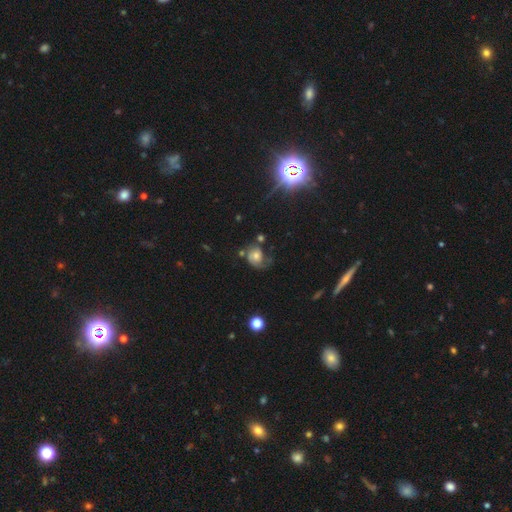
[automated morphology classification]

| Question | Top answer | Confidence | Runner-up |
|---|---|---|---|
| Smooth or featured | featured or disk | 55% | smooth (32%) |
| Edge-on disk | no | 97% | yes (3%) |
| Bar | no | 75% | weak (21%) |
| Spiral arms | yes | 81% | no (19%) |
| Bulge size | moderate | 58% | small (26%) |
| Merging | none | 39% | major disturbance (28%) |